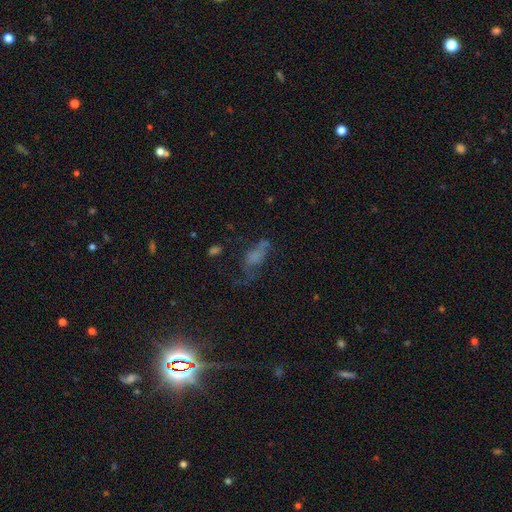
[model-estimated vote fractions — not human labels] smooth 43%, featured or disk 32%, star or artifact 25%. Down the decision tree: merging — major disturbance (39%).